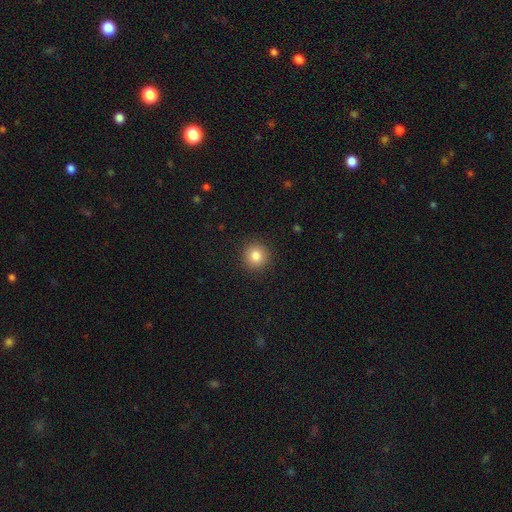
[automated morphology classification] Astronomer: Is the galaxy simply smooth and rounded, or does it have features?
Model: smooth — 83%.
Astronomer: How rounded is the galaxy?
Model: round — 94%.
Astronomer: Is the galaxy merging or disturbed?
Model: none — 91%.